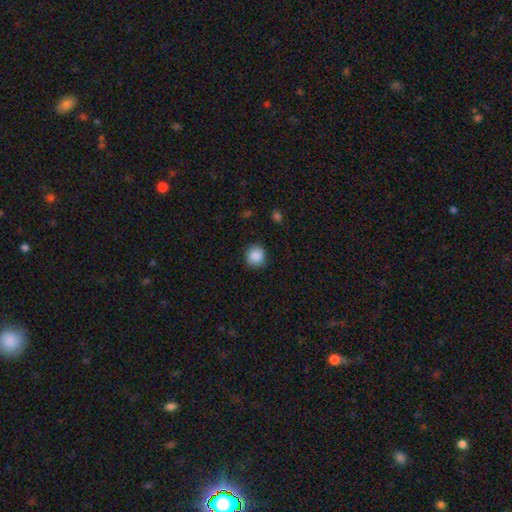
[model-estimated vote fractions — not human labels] smooth-or-featured: smooth: 88% | star or artifact: 8% | featured or disk: 3%
  how-rounded: round: 90% | in between: 10% | cigar-shaped: 1%
  merging: none: 87% | minor disturbance: 9% | major disturbance: 2% | merger: 1%